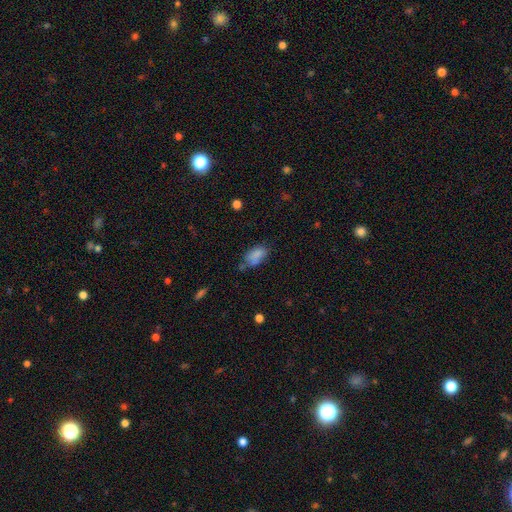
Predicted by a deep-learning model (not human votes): smooth-or-featured: smooth: 80% | featured or disk: 11% | star or artifact: 10%
  how-rounded: in between: 91% | round: 6% | cigar-shaped: 3%
  merging: none: 49% | minor disturbance: 31% | major disturbance: 11% | merger: 10%